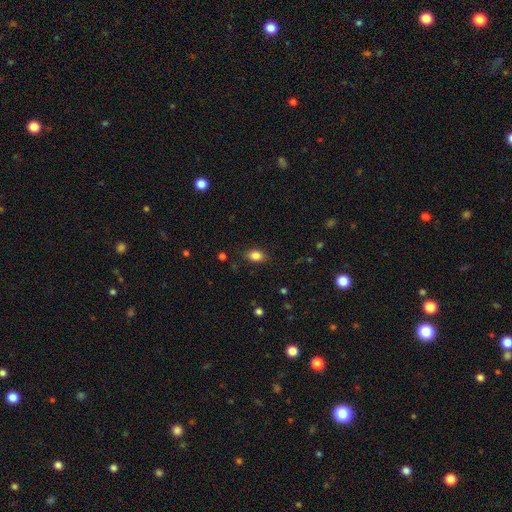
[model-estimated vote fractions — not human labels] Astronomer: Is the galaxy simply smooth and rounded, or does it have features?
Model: smooth — 84%.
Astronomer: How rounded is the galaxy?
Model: in between — 80%.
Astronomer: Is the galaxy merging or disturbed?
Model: none — 83%.